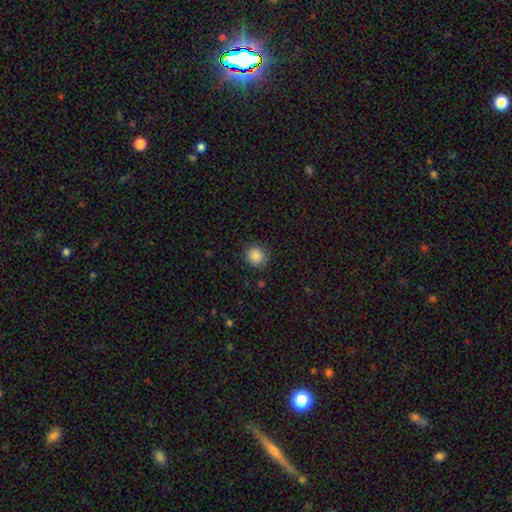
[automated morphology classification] This appears to be a smooth galaxy with no disk features (87%) that is round (89%). Merging: none (89%).